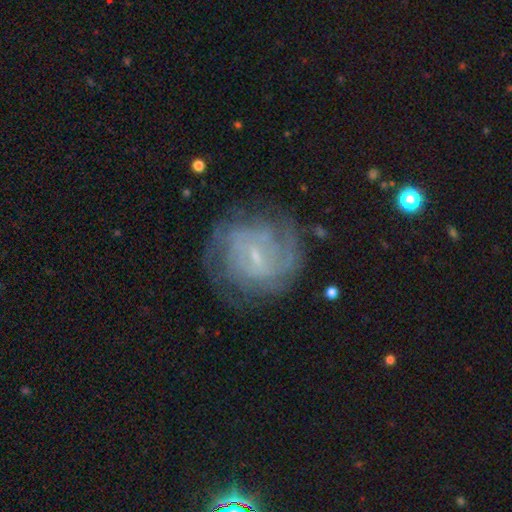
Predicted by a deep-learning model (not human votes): A featured or disk galaxy (78%) with a weak bar (57%), tight (62%) spiral arms (91%) and a small central bulge (75%). Merging: none (74%).